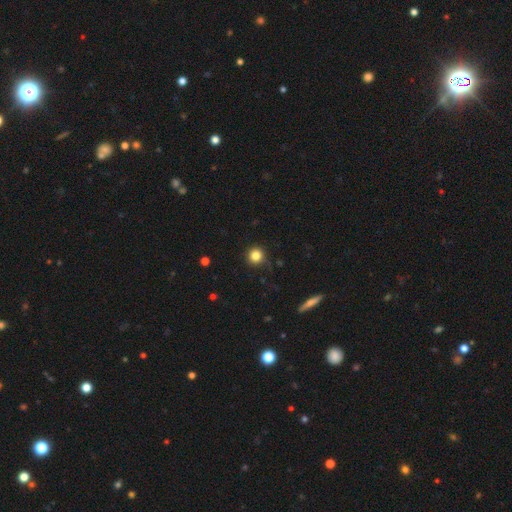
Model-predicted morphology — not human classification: smooth-or-featured: smooth: 83% | star or artifact: 12% | featured or disk: 5%
  how-rounded: round: 95% | in between: 4% | cigar-shaped: 1%
  merging: none: 88% | minor disturbance: 9% | major disturbance: 2% | merger: 1%